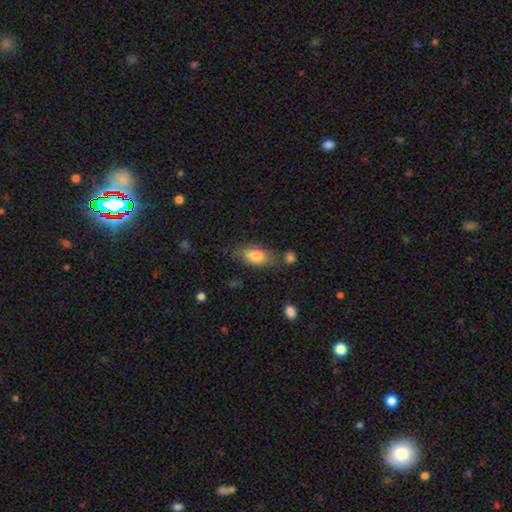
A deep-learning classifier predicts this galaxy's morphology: smooth 81%, featured or disk 12%, star or artifact 7%. Down the decision tree: how rounded — in between (87%); merging — none (69%).